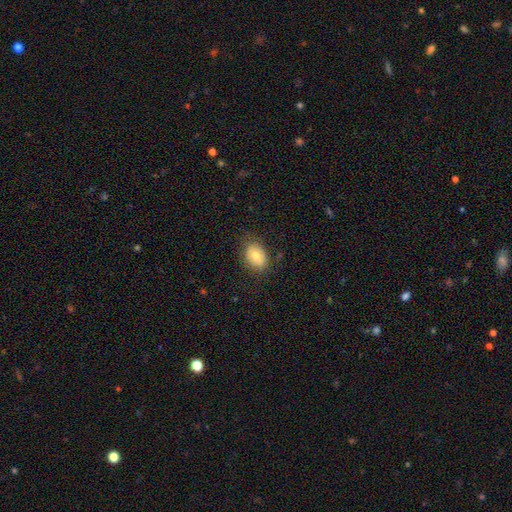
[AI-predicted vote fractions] This appears to be a smooth galaxy with no disk features (73%) that is in between round and cigar-shaped (72%). Merging: none (80%).